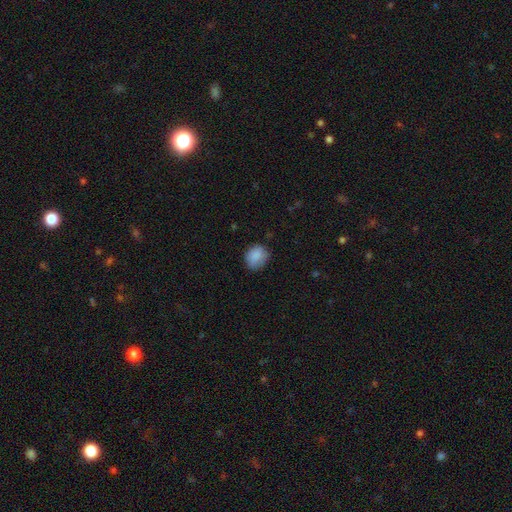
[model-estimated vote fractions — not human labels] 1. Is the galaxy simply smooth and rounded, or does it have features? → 86% smooth, 8% star or artifact, 6% featured or disk.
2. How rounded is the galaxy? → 57% round, 42% in between, 1% cigar-shaped.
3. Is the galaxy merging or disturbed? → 71% none, 23% minor disturbance, 5% major disturbance, 1% merger.